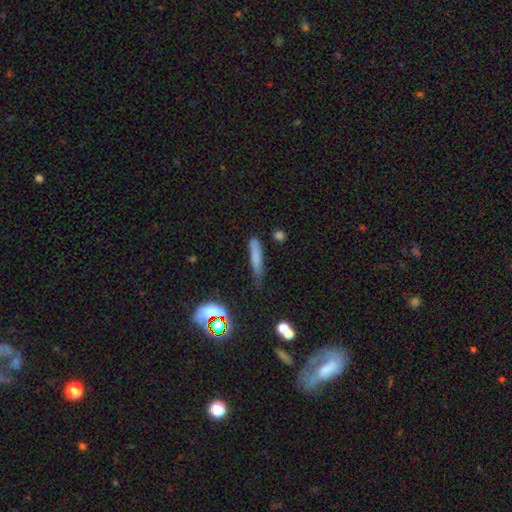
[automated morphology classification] This appears to be a smooth galaxy with no disk features (72%) that is cigar-shaped (85%). Merging: none (58%).